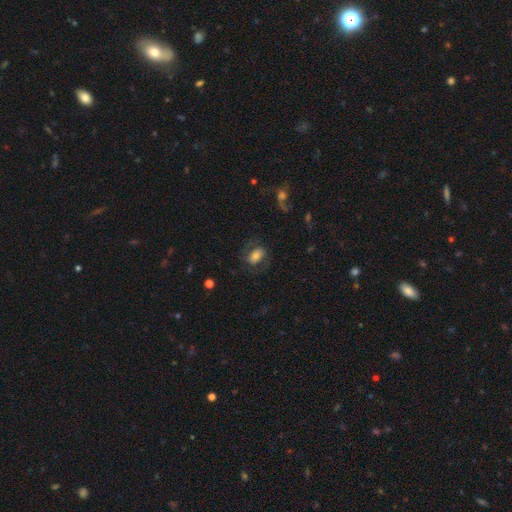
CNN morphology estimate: Smooth or featured? smooth (56%)
How rounded? in between (80%)
Merging? none (67%)